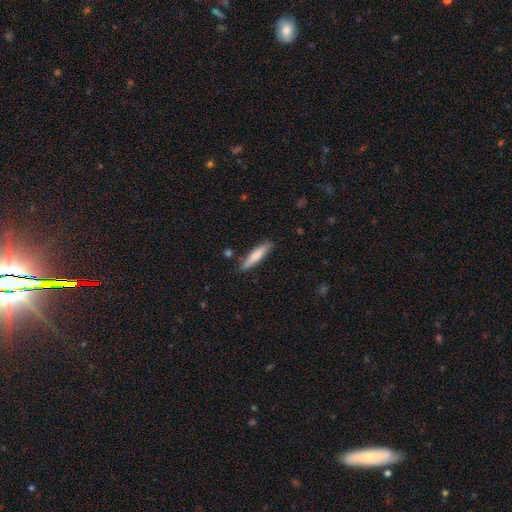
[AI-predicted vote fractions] Overall: smooth (76%). How rounded: cigar-shaped (84%). Merging: none (82%).